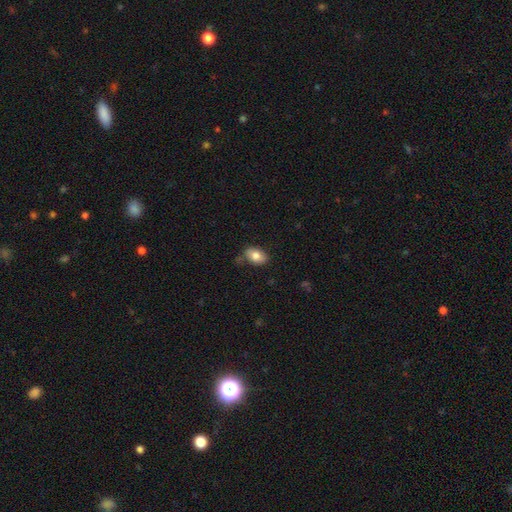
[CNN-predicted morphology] Smooth or featured? Predicted: smooth (p=0.81). How rounded? Predicted: in between (p=0.87). Merging? Predicted: none (p=0.74).